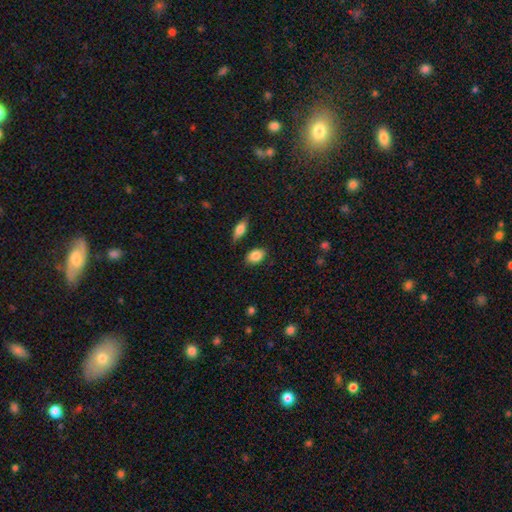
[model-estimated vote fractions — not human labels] Smooth or featured?
  - smooth: 86% *
  - star or artifact: 7%
  - featured or disk: 6%
How rounded?
  - in between: 82% *
  - round: 16%
  - cigar-shaped: 2%
Merging?
  - none: 82% *
  - minor disturbance: 11%
  - merger: 4%
  - major disturbance: 3%